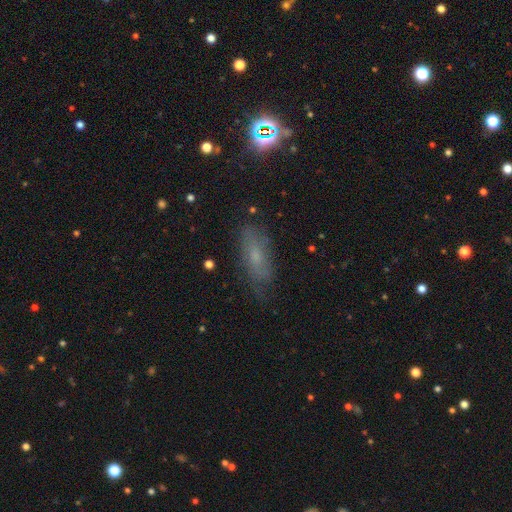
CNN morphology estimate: smooth-or-featured: smooth: 49% | featured or disk: 34% | star or artifact: 17%
  merging: none: 73% | minor disturbance: 19% | major disturbance: 6% | merger: 2%